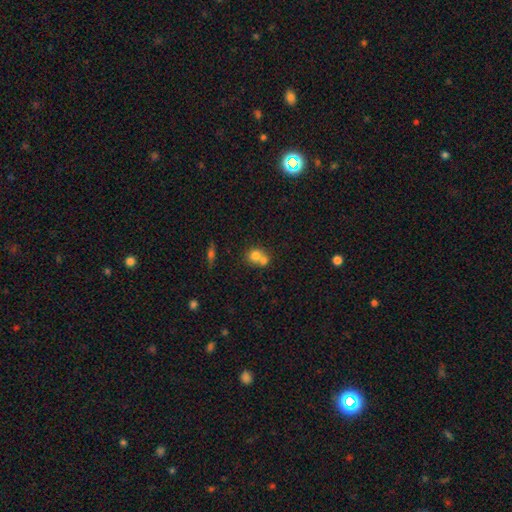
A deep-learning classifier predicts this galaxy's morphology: The model was most divided on "merging": merger: 58%, none: 33%, minor disturbance: 6%, major disturbance: 3%. More confident: how rounded — round (79%); smooth or featured — smooth (73%).